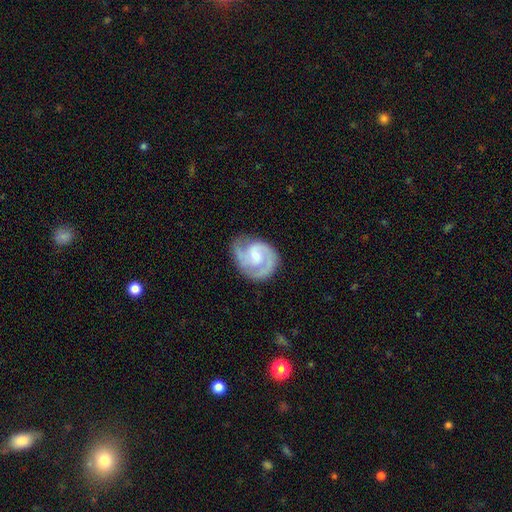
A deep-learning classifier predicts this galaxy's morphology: Smooth or featured? featured or disk (86%)
Edge-on disk? no (98%)
Bar? weak (48%)
Spiral arms? yes (97%)
Spiral winding? medium (48%)
Spiral arm count? 2 (75%)
Bulge size? small (55%)
Merging? none (72%)